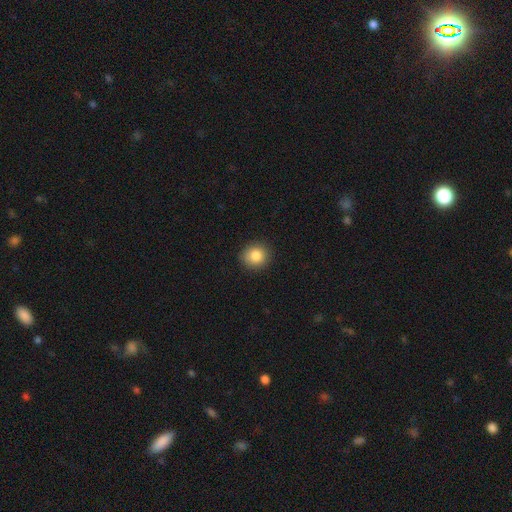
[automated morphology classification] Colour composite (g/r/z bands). It shows a smooth galaxy with no disk features (84%) that is round (87%). Merging: none (90%).